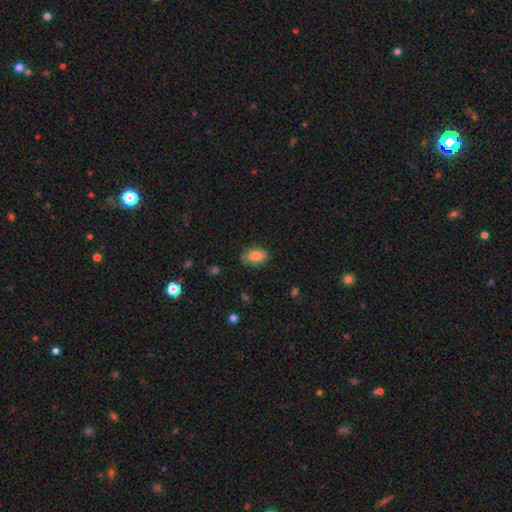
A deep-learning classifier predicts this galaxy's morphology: The model was most divided on "merging": none: 81%, minor disturbance: 15%, major disturbance: 3%, merger: 1%. More confident: how rounded — in between (90%); smooth or featured — smooth (83%).